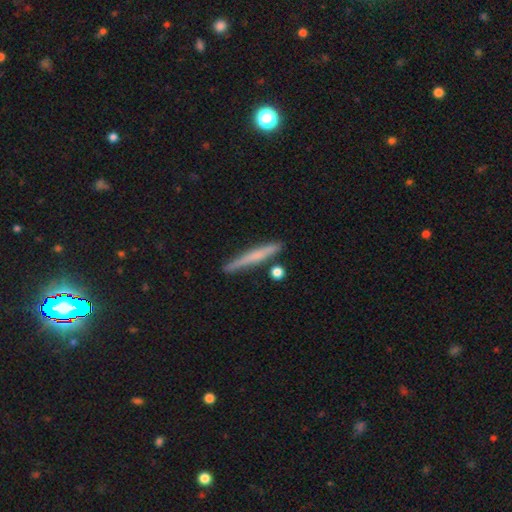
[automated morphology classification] Overall: smooth (52%; featured or disk 41%). How rounded: cigar-shaped (95%). Merging: none (84%).